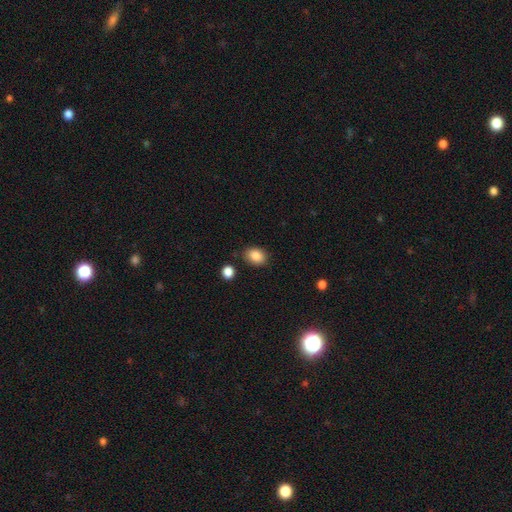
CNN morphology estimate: Q: Smooth or featured?
A: smooth (87%); runner-up: star or artifact (9%)
Q: How rounded?
A: in between (68%); runner-up: round (31%)
Q: Merging?
A: none (82%); runner-up: minor disturbance (12%)